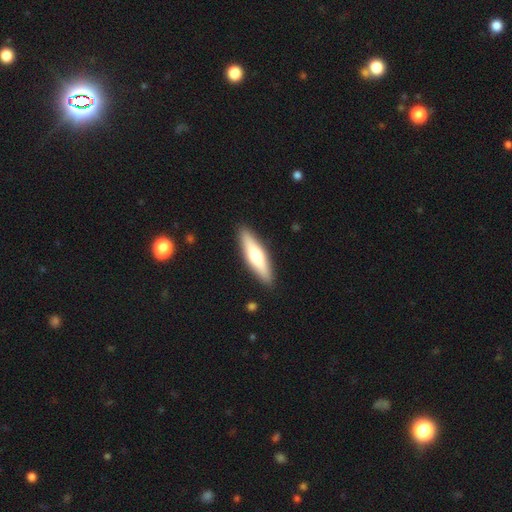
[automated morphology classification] Overall: smooth (54%; featured or disk 41%). How rounded: cigar-shaped (72%). Merging: none (90%).